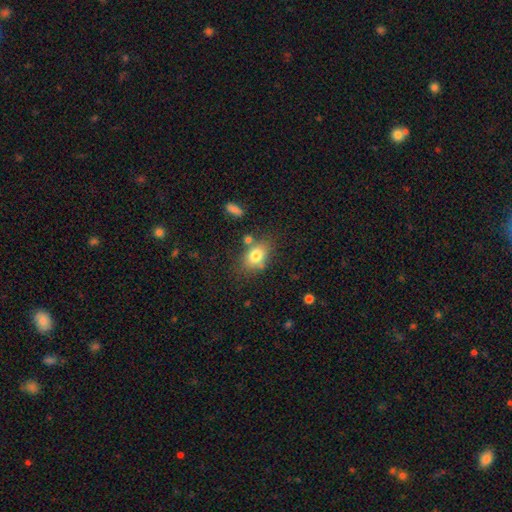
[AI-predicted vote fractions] The model was most divided on "merging": none: 67%, minor disturbance: 16%, merger: 11%, major disturbance: 5%. More confident: smooth or featured — smooth (78%); how rounded — in between (77%).